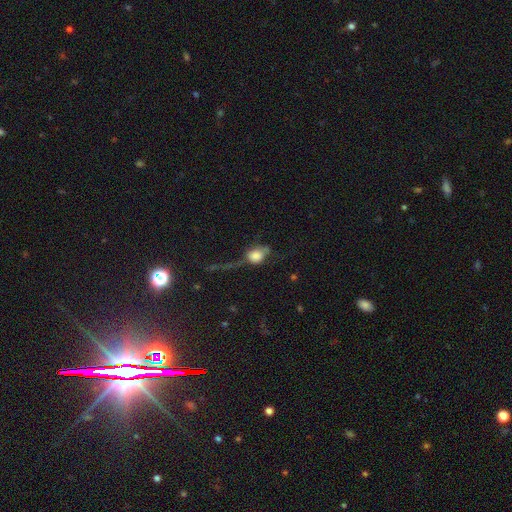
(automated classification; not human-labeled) smooth-or-featured: smooth: 61% | featured or disk: 28% | star or artifact: 12%
  how-rounded: in between: 53% | round: 43% | cigar-shaped: 5%
  merging: major disturbance: 41% | none: 30% | minor disturbance: 22% | merger: 7%